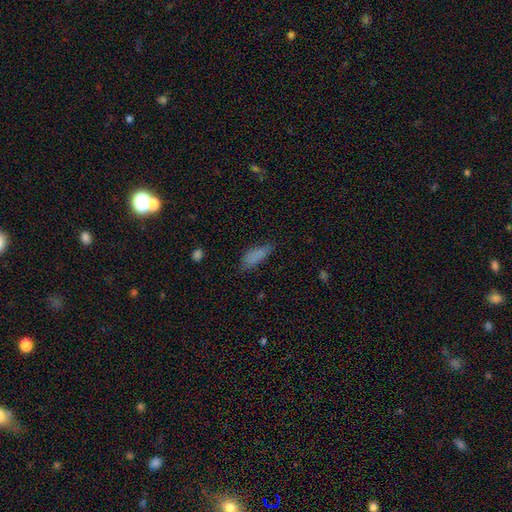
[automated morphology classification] smooth 80%, star or artifact 11%, featured or disk 9%. Down the decision tree: how rounded — in between (72%); merging — none (61%).